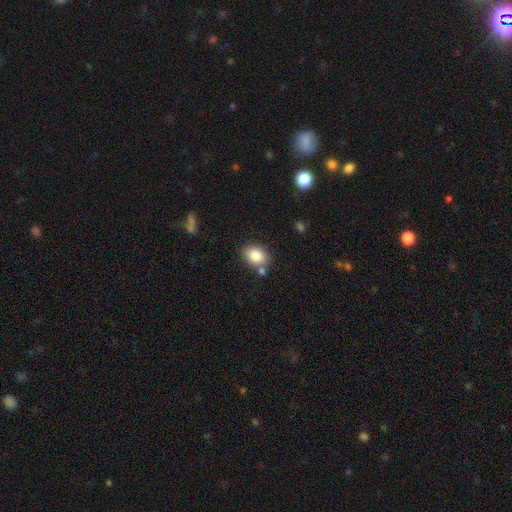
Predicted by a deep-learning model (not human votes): Smooth or featured? smooth (84%)
How rounded? in between (61%)
Merging? none (73%)